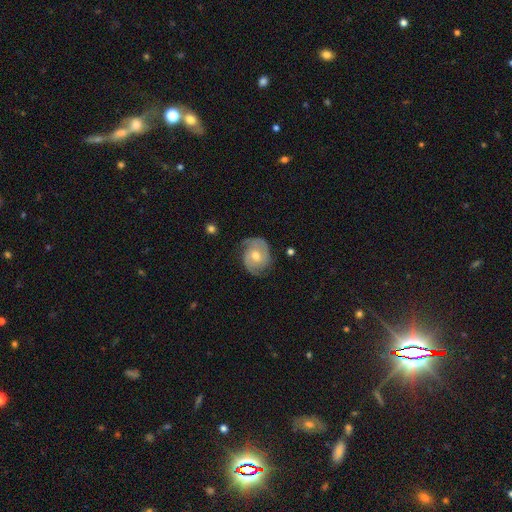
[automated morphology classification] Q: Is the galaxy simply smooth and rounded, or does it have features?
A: featured or disk — 81%.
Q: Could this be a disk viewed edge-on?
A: no — 97%.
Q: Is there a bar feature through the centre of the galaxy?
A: no — 56%.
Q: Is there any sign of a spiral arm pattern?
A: yes — 95%.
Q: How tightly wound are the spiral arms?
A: tight — 47%.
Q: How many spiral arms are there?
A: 2 — 84%.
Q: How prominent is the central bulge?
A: moderate — 67%.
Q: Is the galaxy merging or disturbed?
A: none — 74%.